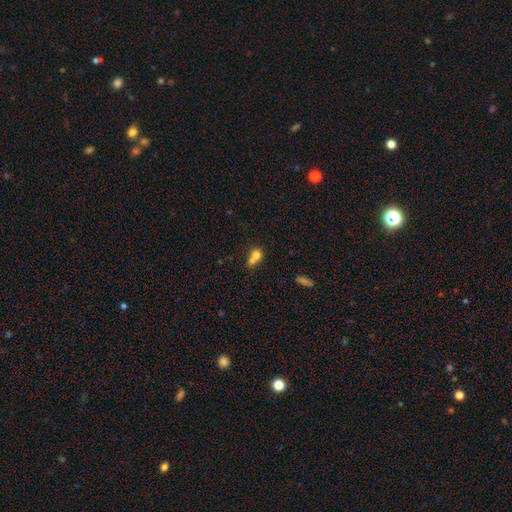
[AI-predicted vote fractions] smooth-or-featured: smooth: 72% | featured or disk: 17% | star or artifact: 11%
  how-rounded: round: 67% | in between: 31% | cigar-shaped: 2%
  merging: merger: 63% | none: 25% | minor disturbance: 7% | major disturbance: 4%